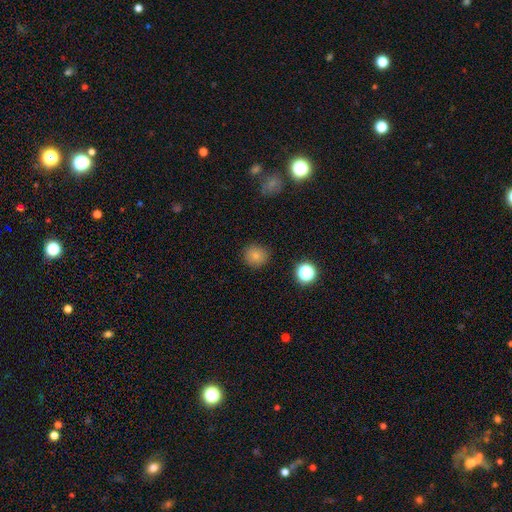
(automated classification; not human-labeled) smooth_or_featured: smooth (p=0.79) [alt: star or artifact p=0.14]
how_rounded: round (p=0.91) [alt: in between p=0.08]
merging: none (p=0.87) [alt: minor disturbance p=0.09]